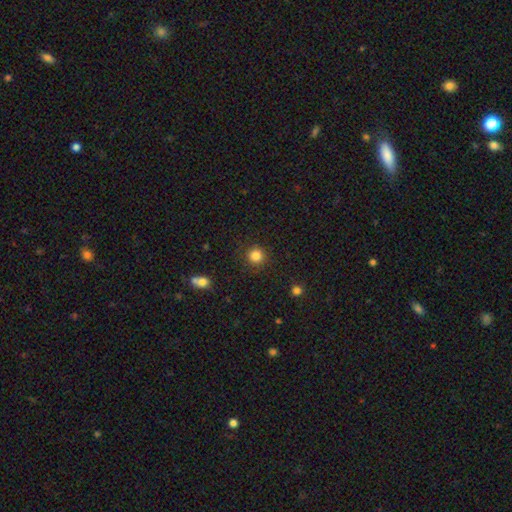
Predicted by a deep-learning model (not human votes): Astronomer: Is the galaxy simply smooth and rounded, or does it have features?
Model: smooth — 84%.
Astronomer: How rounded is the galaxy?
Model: round — 94%.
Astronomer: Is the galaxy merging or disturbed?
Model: none — 90%.